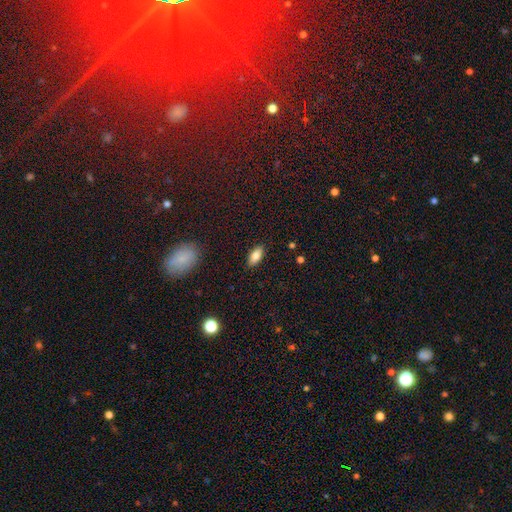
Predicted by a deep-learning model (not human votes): Smooth or featured? smooth (81%)
How rounded? in between (86%)
Merging? none (88%)